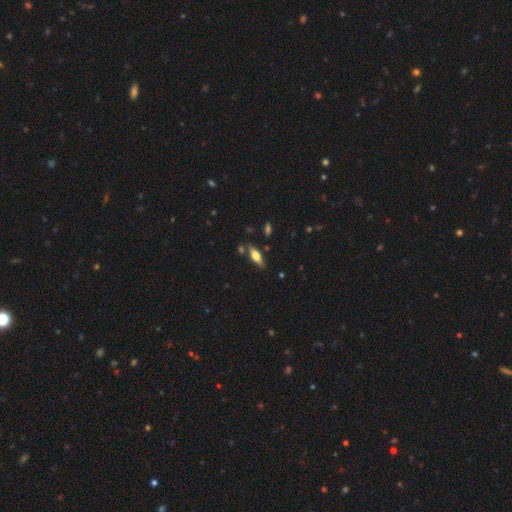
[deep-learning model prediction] The model was most divided on "smooth or featured": smooth: 51%, featured or disk: 42%, star or artifact: 7%. More confident: merging — none (78%); how rounded — in between (59%).